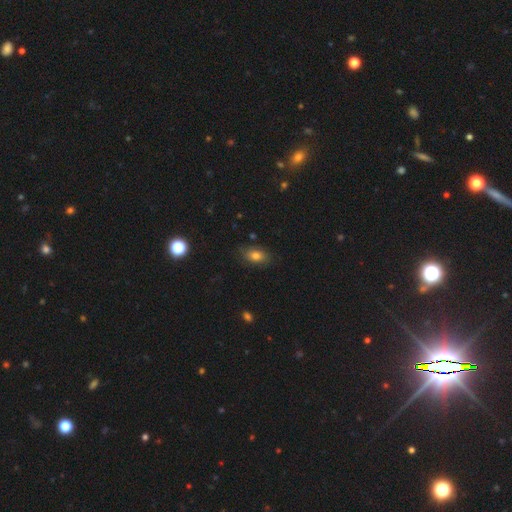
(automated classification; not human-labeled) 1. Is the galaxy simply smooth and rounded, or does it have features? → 75% smooth, 12% featured or disk, 12% star or artifact.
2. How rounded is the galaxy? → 84% in between, 13% round, 3% cigar-shaped.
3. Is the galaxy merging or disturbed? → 79% none, 15% minor disturbance, 4% major disturbance, 2% merger.